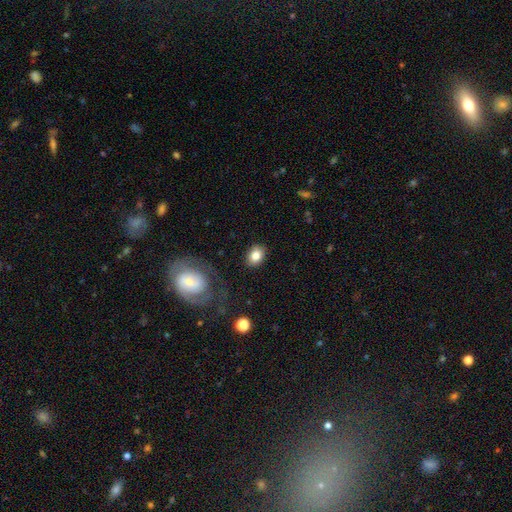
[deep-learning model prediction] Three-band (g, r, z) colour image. It shows a smooth galaxy with no disk features (81%) that is in between round and cigar-shaped (60%). Merging: none (86%).